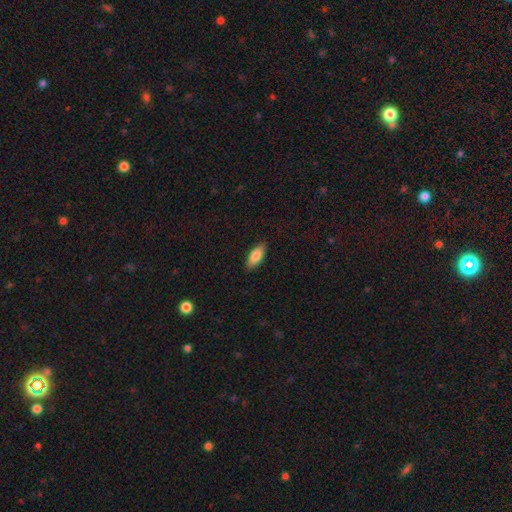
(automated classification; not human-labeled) Overall: smooth (84%). How rounded: in between (82%). Merging: none (88%).